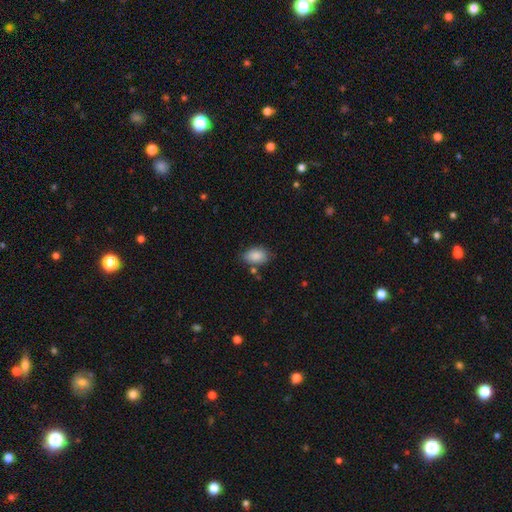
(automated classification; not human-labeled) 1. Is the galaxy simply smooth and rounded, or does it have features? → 88% smooth, 7% star or artifact, 5% featured or disk.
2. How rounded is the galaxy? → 89% in between, 10% round, 1% cigar-shaped.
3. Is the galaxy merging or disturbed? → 75% none, 17% minor disturbance, 4% merger, 4% major disturbance.